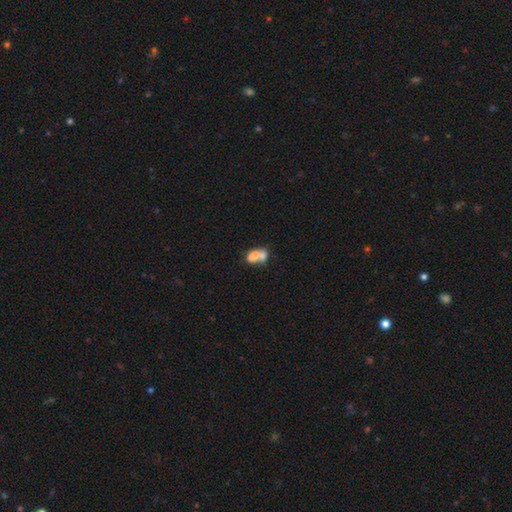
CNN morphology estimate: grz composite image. It shows a smooth galaxy with no disk features (66%) that is in between round and cigar-shaped (75%). Merging: merger (68%).